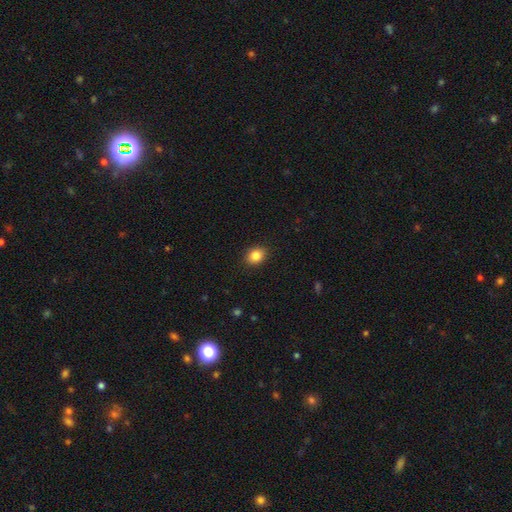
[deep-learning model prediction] Overall: smooth (85%). How rounded: round (51%; in between 48%). Merging: none (89%).